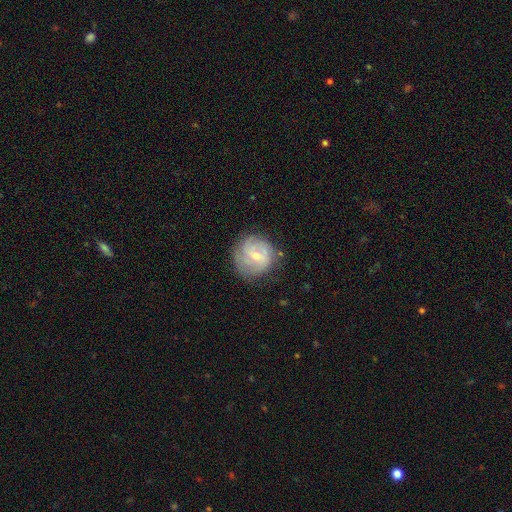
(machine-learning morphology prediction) Smooth or featured?
  - featured or disk: 62% *
  - smooth: 31%
  - star or artifact: 7%
Edge-on disk?
  - no: 98% *
  - yes: 2%
Bar?
  - weak: 49% *
  - no: 41%
  - strong: 10%
Spiral arms?
  - yes: 83% *
  - no: 17%
Spiral winding?
  - tight: 49% *
  - medium: 37%
  - loose: 14%
Spiral arm count?
  - can't tell: 36% *
  - 2: 26%
  - 3: 22%
  - 4: 6%
  - 1: 6%
  - more than 4: 4%
Bulge size?
  - small: 56% *
  - moderate: 39%
  - none: 2%
  - large: 2%
  - dominant: 1%
Merging?
  - none: 72% *
  - minor disturbance: 19%
  - major disturbance: 8%
  - merger: 2%